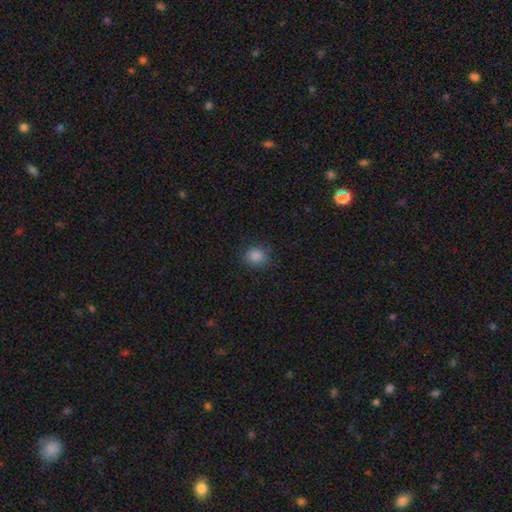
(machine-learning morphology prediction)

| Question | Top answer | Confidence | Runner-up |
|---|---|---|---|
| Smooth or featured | smooth | 85% | star or artifact (12%) |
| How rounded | round | 70% | in between (29%) |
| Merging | none | 86% | minor disturbance (10%) |